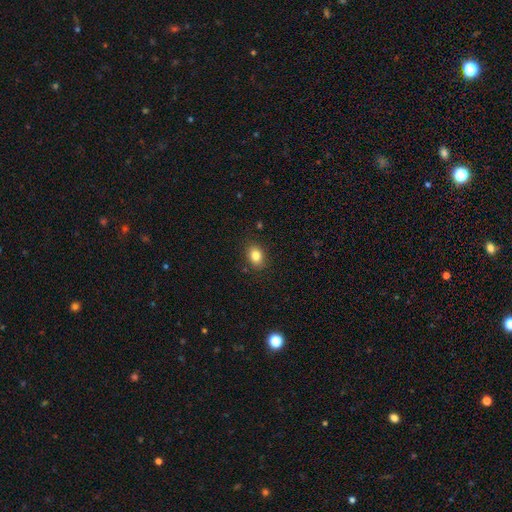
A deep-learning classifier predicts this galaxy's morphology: A smooth galaxy with no disk features (83%) that is in between round and cigar-shaped (64%). Merging: none (87%).